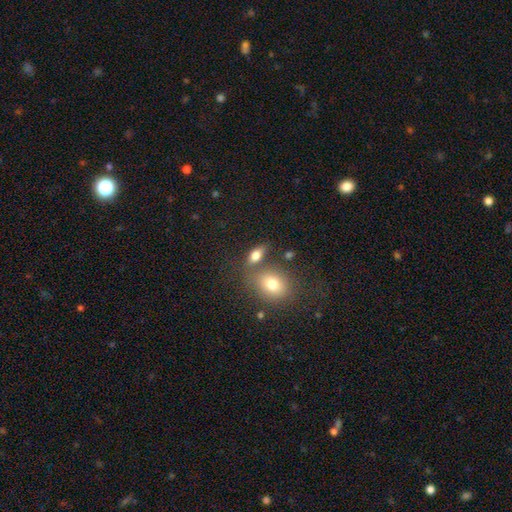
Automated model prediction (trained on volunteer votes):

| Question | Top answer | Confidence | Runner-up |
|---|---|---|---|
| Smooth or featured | smooth | 73% | featured or disk (16%) |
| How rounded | in between | 76% | round (15%) |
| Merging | none | 59% | merger (20%) |